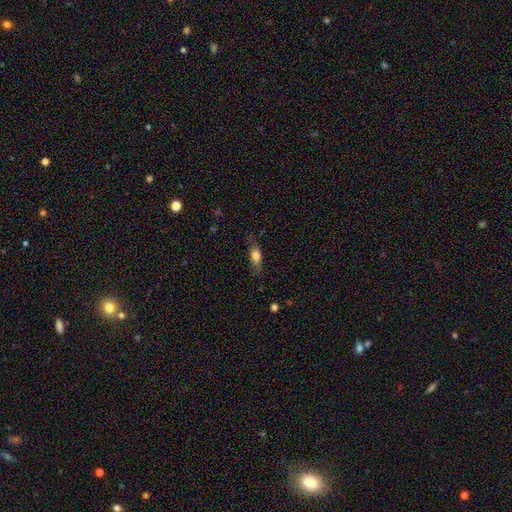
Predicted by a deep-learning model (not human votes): Morphology: type=smooth (70%); roundness=in between (65%); merging=none (68%).